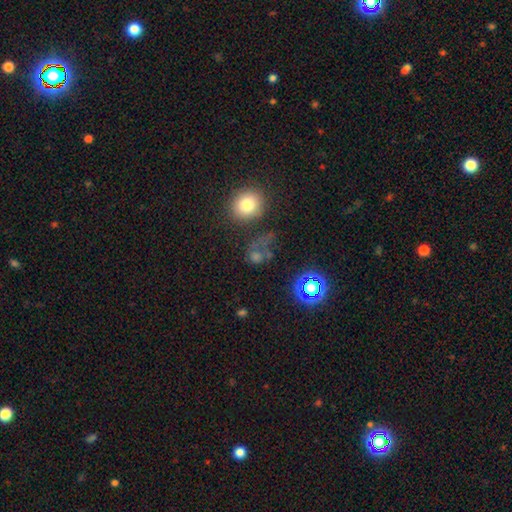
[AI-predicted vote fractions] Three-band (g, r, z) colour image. It shows a smooth galaxy with no disk features (58%) that is round (68%). Merging: none (46%).